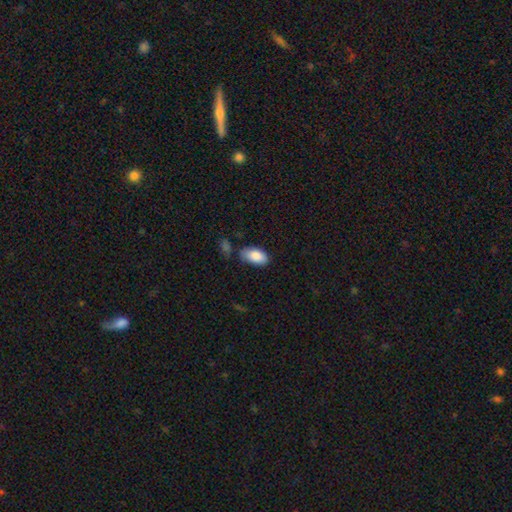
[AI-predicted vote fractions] Smooth or featured?
  - smooth: 85% *
  - featured or disk: 8%
  - star or artifact: 6%
How rounded?
  - in between: 94% *
  - round: 3%
  - cigar-shaped: 2%
Merging?
  - none: 64% *
  - minor disturbance: 25%
  - merger: 6%
  - major disturbance: 5%